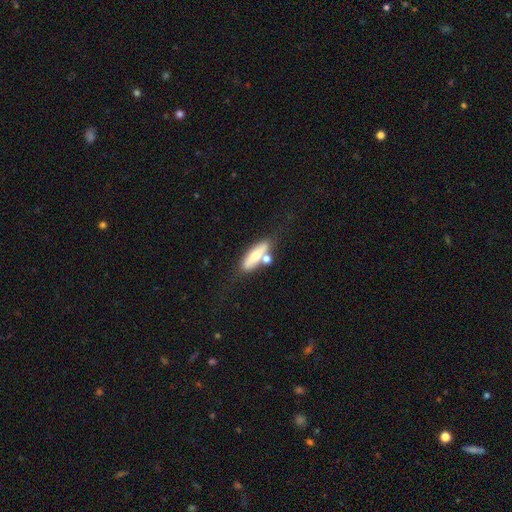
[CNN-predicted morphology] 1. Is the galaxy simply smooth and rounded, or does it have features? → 63% smooth, 30% featured or disk, 7% star or artifact.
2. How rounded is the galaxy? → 50% cigar-shaped, 46% in between, 3% round.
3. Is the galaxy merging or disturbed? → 53% none, 23% merger, 17% minor disturbance, 7% major disturbance.